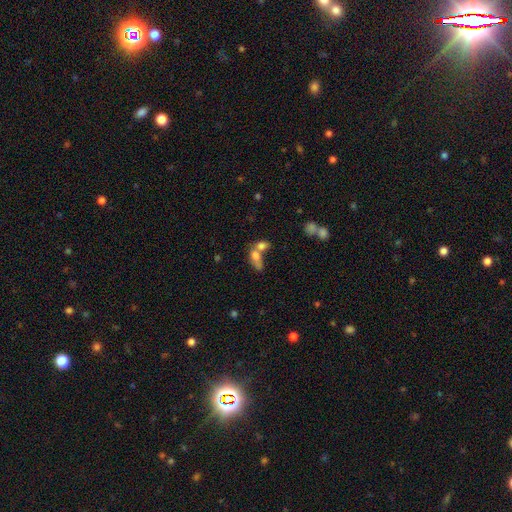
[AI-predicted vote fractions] Smooth or featured? smooth (69%)
How rounded? in between (76%)
Merging? merger (62%)